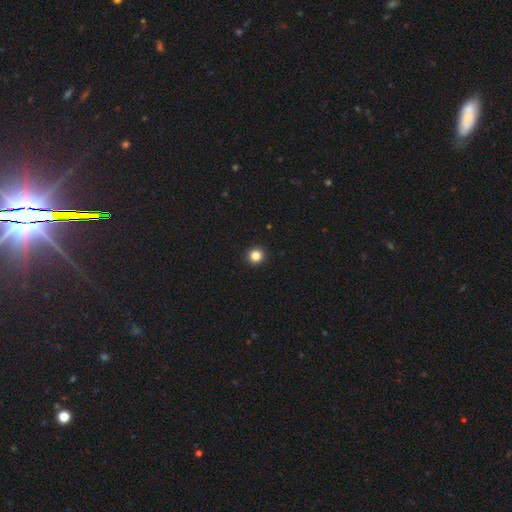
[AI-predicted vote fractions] The model was most divided on "smooth or featured": smooth: 85%, star or artifact: 11%, featured or disk: 4%. More confident: how rounded — round (96%); merging — none (94%).